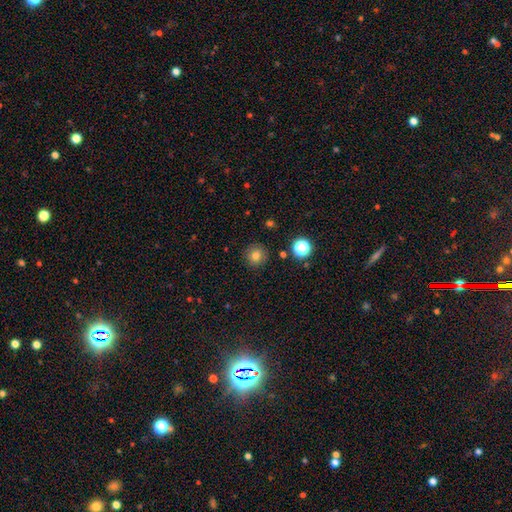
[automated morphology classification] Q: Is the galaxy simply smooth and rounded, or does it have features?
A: smooth — 79%.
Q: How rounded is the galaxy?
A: round — 94%.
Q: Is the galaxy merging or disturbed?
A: none — 89%.